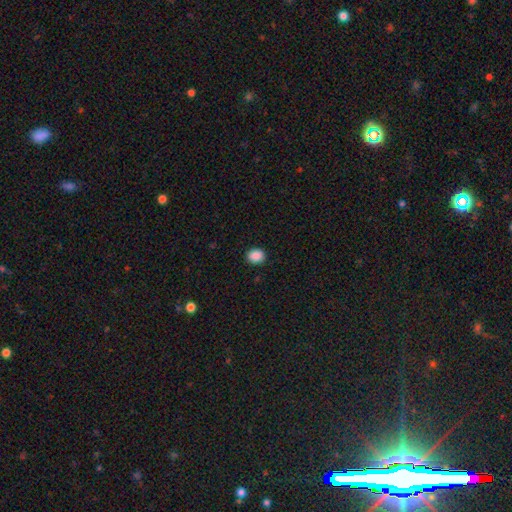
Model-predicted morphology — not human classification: Smooth or featured?
  - smooth: 89% *
  - star or artifact: 9%
  - featured or disk: 2%
How rounded?
  - round: 63% *
  - in between: 36%
  - cigar-shaped: 1%
Merging?
  - none: 90% *
  - minor disturbance: 7%
  - major disturbance: 2%
  - merger: 1%